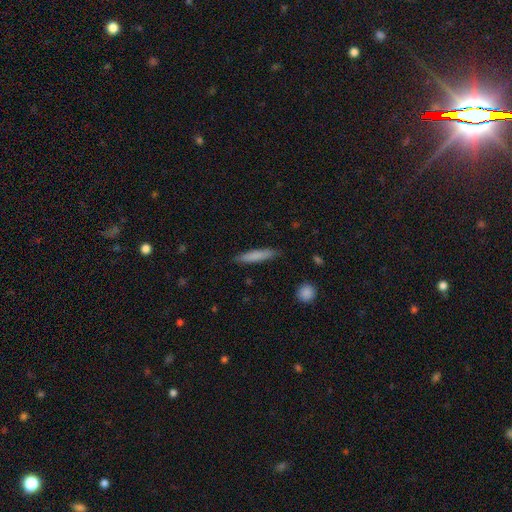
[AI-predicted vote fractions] The model was most divided on "smooth or featured": smooth: 76%, featured or disk: 18%, star or artifact: 6%. More confident: how rounded — cigar-shaped (89%); merging — none (86%).